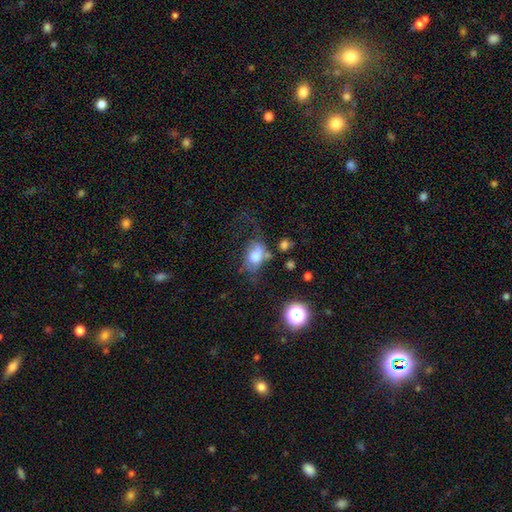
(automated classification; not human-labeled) Smooth or featured?
  - smooth: 65% *
  - featured or disk: 24%
  - star or artifact: 11%
How rounded?
  - in between: 82% *
  - round: 16%
  - cigar-shaped: 2%
Merging?
  - major disturbance: 37% *
  - none: 30%
  - minor disturbance: 23%
  - merger: 10%